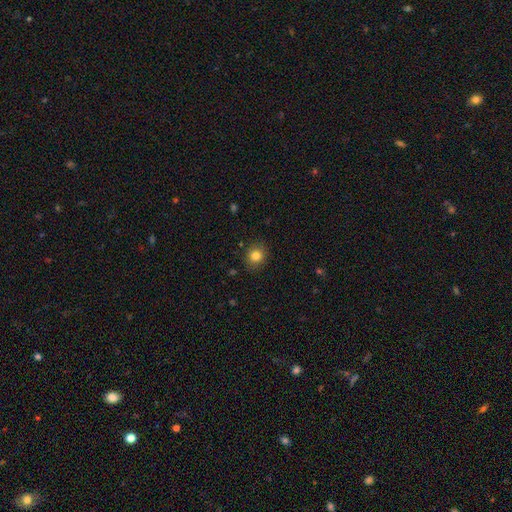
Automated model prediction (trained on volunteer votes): Overall: smooth (84%). How rounded: round (84%). Merging: none (88%).